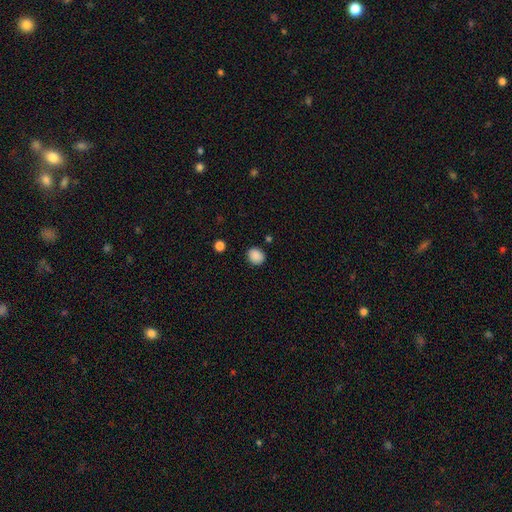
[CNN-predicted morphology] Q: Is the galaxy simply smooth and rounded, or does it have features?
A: smooth — 88%.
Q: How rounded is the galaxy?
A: round — 75%.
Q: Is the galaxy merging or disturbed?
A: none — 86%.